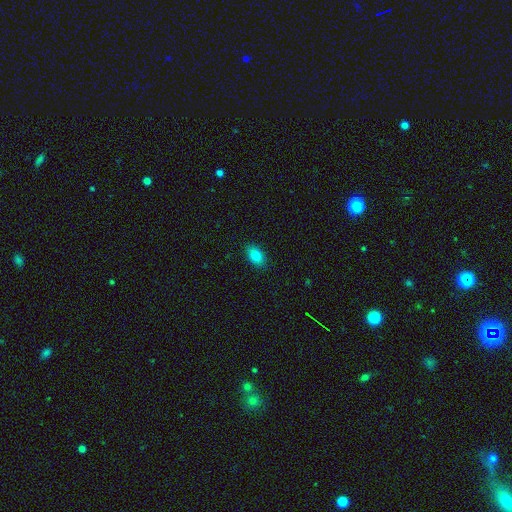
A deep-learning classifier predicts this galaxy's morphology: Q: Smooth or featured?
A: smooth (82%); runner-up: featured or disk (9%)
Q: How rounded?
A: in between (87%); runner-up: round (11%)
Q: Merging?
A: none (89%); runner-up: minor disturbance (8%)